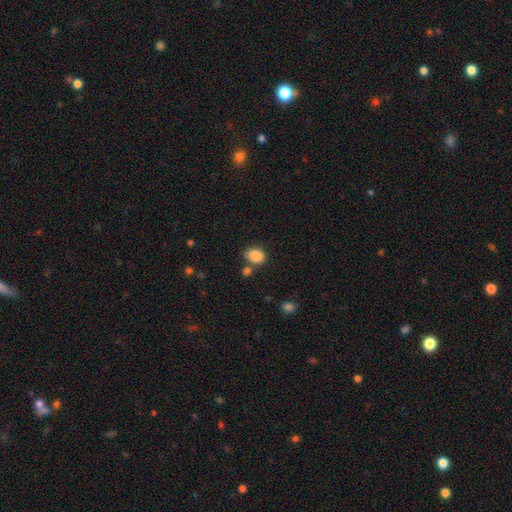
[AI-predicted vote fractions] Overall: smooth (87%). How rounded: in between (66%; round 33%). Merging: none (67%).